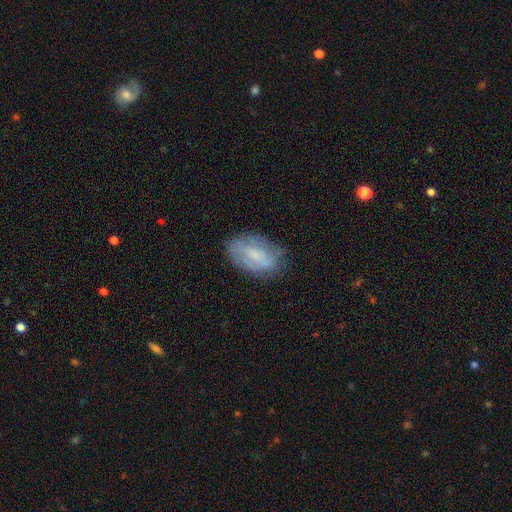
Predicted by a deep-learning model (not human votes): This is possibly a smooth galaxy (50%). Merging: likely none (65%).